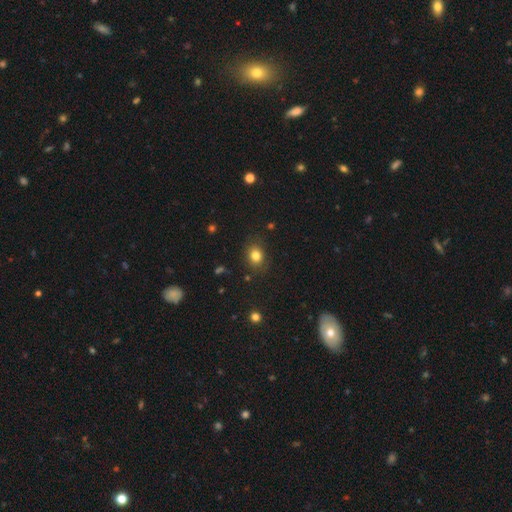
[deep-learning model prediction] smooth 81%, star or artifact 12%, featured or disk 7%. Down the decision tree: how rounded — round (59%); merging — none (85%).